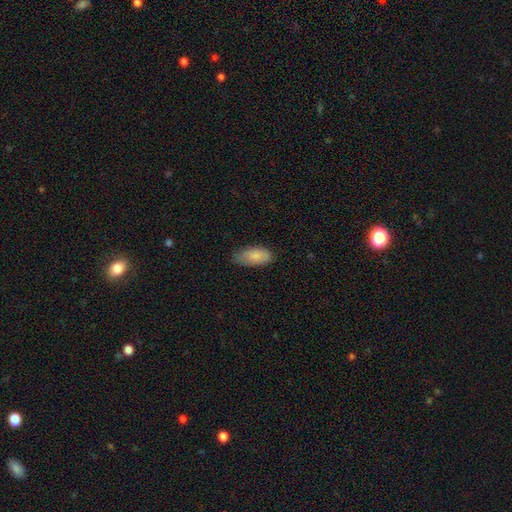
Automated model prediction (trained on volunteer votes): Smooth or featured? smooth (84%)
How rounded? in between (91%)
Merging? none (69%)